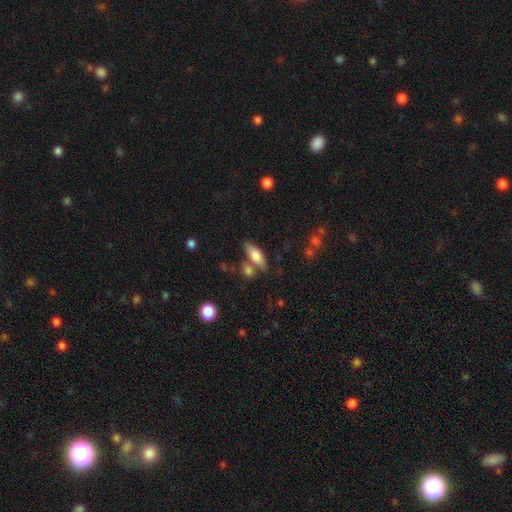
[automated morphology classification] This appears to be a smooth galaxy with no disk features (74%) that is in between round and cigar-shaped (69%). Merging: none (64%).